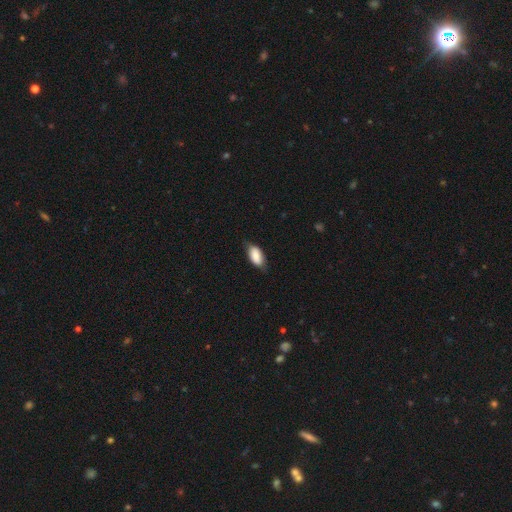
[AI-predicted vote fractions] A smooth galaxy with no disk features (83%) that is in between round and cigar-shaped (91%). Merging: none (74%).